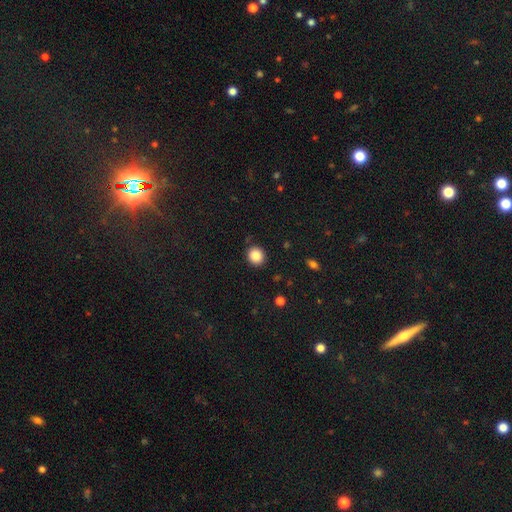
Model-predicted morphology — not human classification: Smooth or featured?
  - smooth: 86% *
  - star or artifact: 10%
  - featured or disk: 4%
How rounded?
  - round: 85% *
  - in between: 14%
  - cigar-shaped: 1%
Merging?
  - none: 89% *
  - minor disturbance: 7%
  - major disturbance: 2%
  - merger: 2%